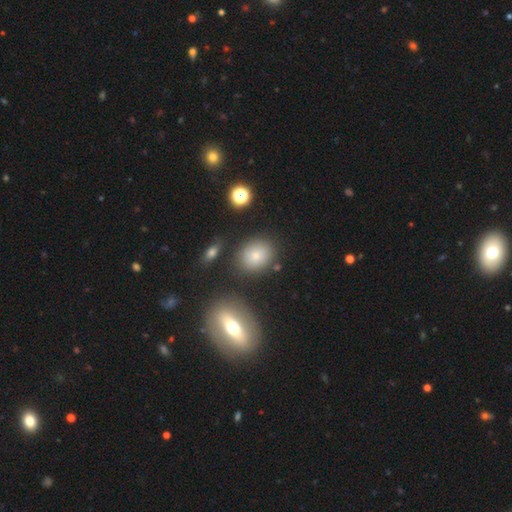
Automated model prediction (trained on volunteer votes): This appears to be a smooth galaxy with no disk features (77%) that is round (51%). Merging: none (80%).